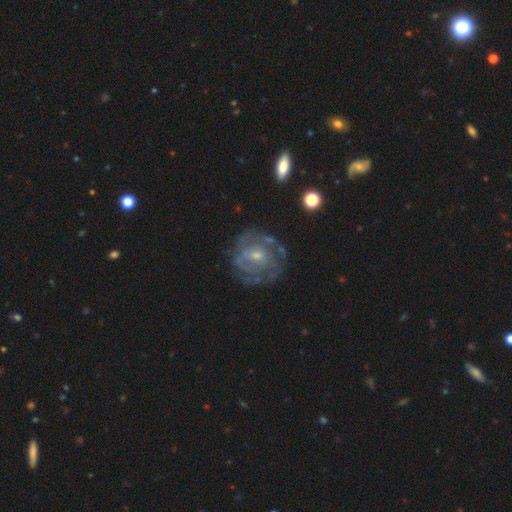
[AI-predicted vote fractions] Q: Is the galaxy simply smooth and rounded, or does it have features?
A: featured or disk — 74%.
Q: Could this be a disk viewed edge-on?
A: no — 97%.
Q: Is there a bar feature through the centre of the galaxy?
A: no — 52%.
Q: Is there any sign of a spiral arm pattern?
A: yes — 72%.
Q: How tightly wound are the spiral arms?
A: tight — 58%.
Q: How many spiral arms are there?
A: can't tell — 52%.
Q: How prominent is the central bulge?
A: small — 55%.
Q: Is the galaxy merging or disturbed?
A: none — 66%.